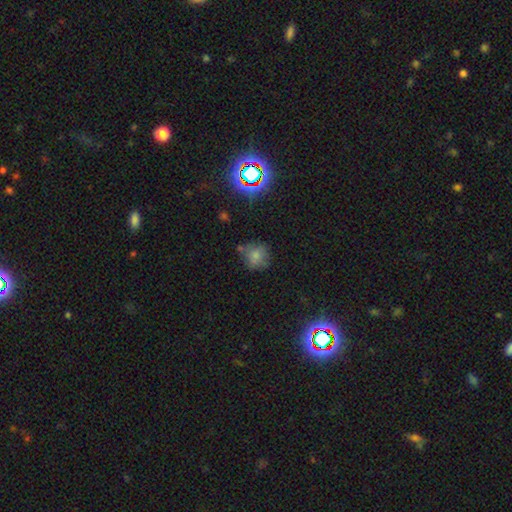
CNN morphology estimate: Smooth or featured? Predicted: smooth (p=0.65). How rounded? Predicted: round (p=0.81). Merging? Predicted: none (p=0.59).